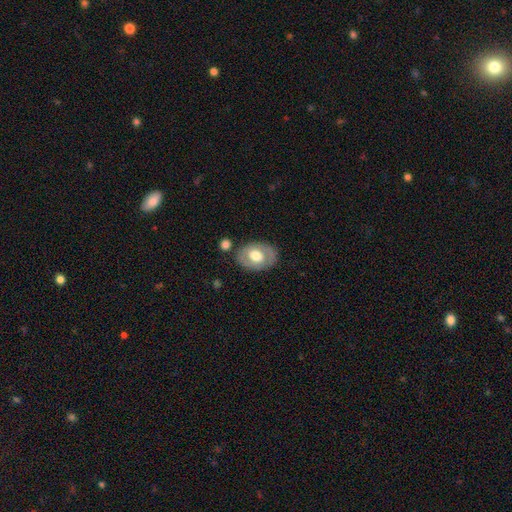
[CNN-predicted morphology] smooth 52%, featured or disk 42%, star or artifact 6%. Down the decision tree: how rounded — in between (78%); merging — none (77%).